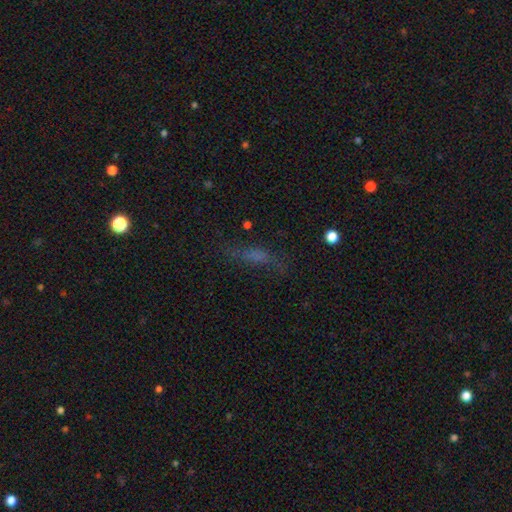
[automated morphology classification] smooth_or_featured: smooth (p=0.47) [alt: featured or disk p=0.30]
merging: none (p=0.65) [alt: minor disturbance p=0.20]